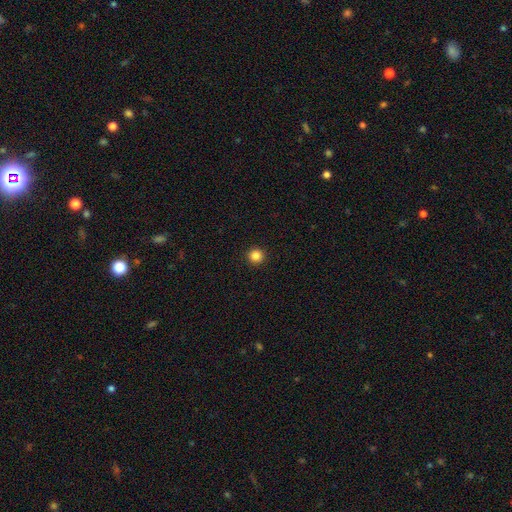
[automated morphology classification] Smooth or featured?
  - smooth: 85% *
  - star or artifact: 11%
  - featured or disk: 3%
How rounded?
  - round: 96% *
  - in between: 3%
  - cigar-shaped: 1%
Merging?
  - none: 94% *
  - minor disturbance: 4%
  - major disturbance: 1%
  - merger: 1%